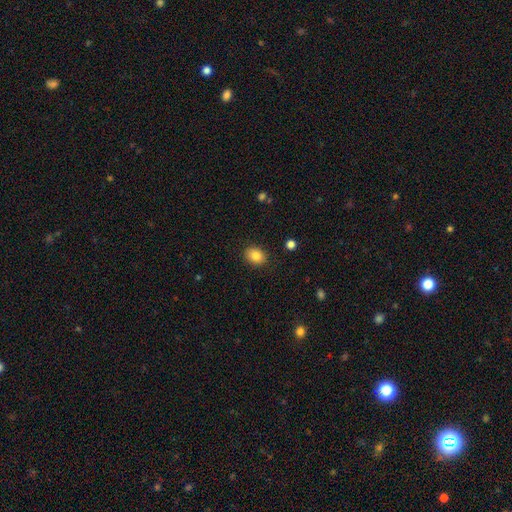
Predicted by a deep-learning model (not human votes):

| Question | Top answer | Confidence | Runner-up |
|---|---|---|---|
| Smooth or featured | smooth | 85% | star or artifact (9%) |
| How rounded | in between | 52% | round (47%) |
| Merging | none | 88% | minor disturbance (9%) |